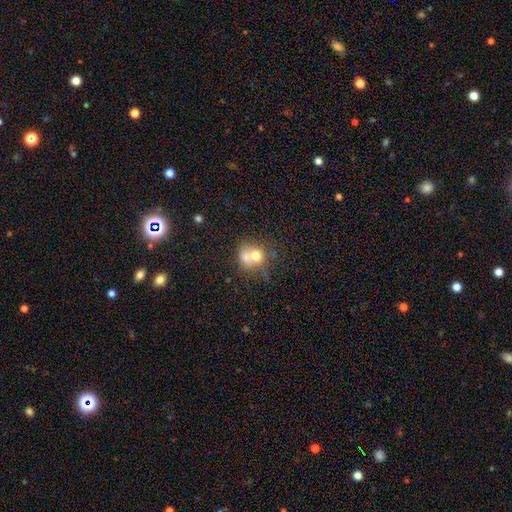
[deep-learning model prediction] smooth-or-featured: smooth: 66% | featured or disk: 24% | star or artifact: 10%
  how-rounded: round: 73% | in between: 26% | cigar-shaped: 1%
  merging: merger: 58% | none: 28% | minor disturbance: 9% | major disturbance: 5%